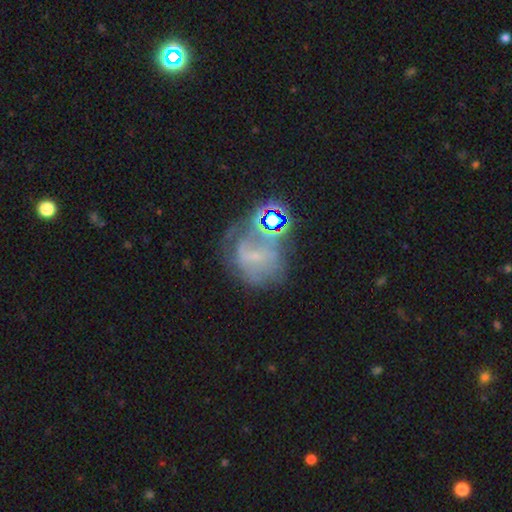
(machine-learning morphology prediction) Smooth or featured?
  - featured or disk: 51% *
  - star or artifact: 25%
  - smooth: 24%
Edge-on disk?
  - no: 97% *
  - yes: 3%
Merging?
  - none: 38% *
  - major disturbance: 27%
  - minor disturbance: 20%
  - merger: 14%